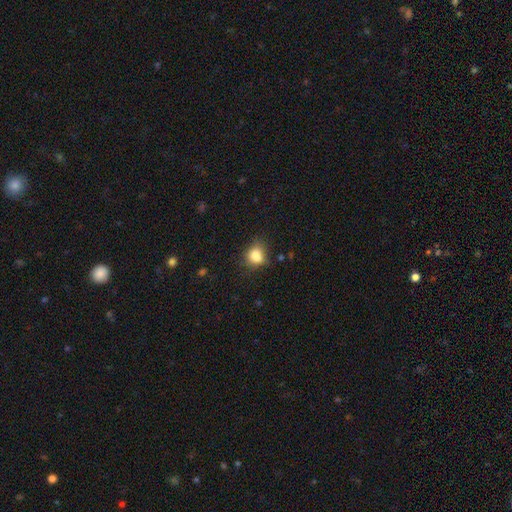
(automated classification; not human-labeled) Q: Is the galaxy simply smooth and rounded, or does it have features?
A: smooth — 81%.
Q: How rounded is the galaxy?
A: round — 53%.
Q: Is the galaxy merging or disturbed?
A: none — 56%.